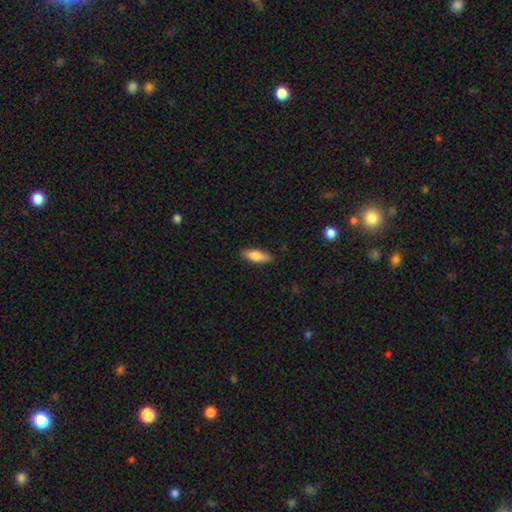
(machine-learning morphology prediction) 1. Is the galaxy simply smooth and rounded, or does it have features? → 77% smooth, 17% featured or disk, 6% star or artifact.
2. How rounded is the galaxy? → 57% in between, 41% cigar-shaped, 2% round.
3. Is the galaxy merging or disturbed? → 86% none, 11% minor disturbance, 2% major disturbance, 1% merger.